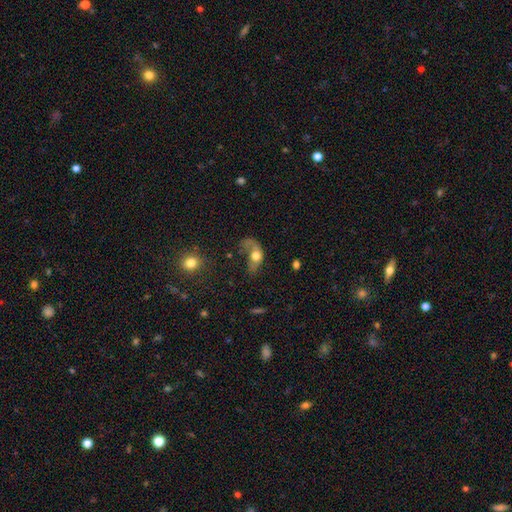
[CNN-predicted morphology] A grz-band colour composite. It shows a smooth galaxy with no disk features (51%) that is in between round and cigar-shaped (70%). Merging: major disturbance (60%).